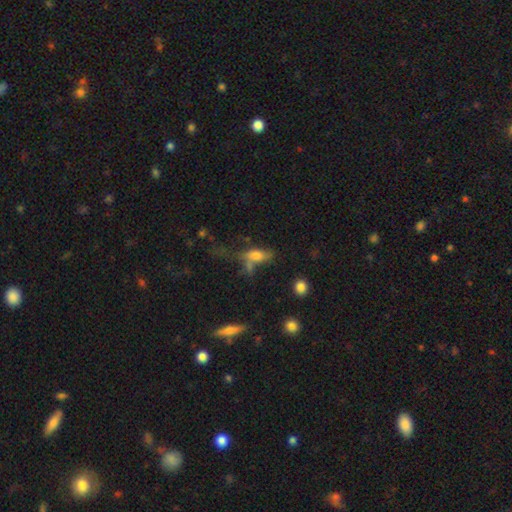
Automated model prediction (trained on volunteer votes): Smooth or featured? Predicted: smooth (p=0.59). How rounded? Predicted: in between (p=0.77). Merging? Predicted: major disturbance (p=0.33).